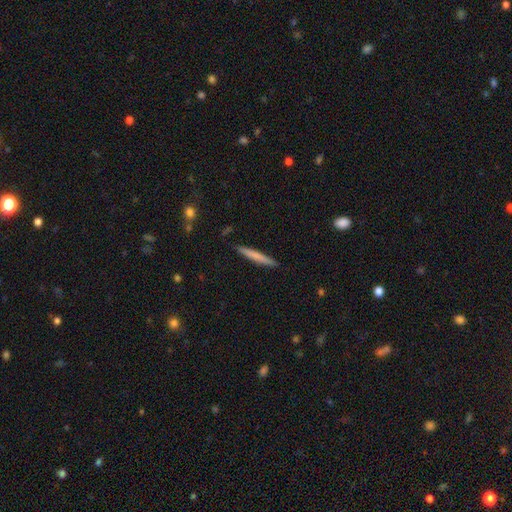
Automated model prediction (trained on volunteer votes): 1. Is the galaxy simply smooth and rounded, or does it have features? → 69% smooth, 26% featured or disk, 5% star or artifact.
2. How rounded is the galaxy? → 96% cigar-shaped, 3% in between, 1% round.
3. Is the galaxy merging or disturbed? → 90% none, 7% minor disturbance, 1% major disturbance, 1% merger.